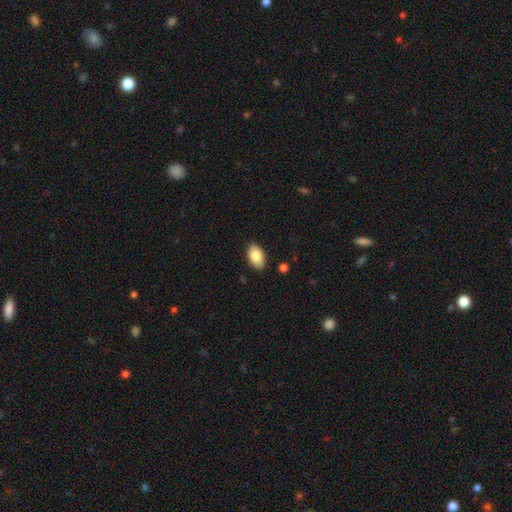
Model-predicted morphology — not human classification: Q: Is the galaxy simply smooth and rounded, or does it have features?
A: smooth — 85%.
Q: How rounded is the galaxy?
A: in between — 93%.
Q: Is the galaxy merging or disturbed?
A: none — 86%.